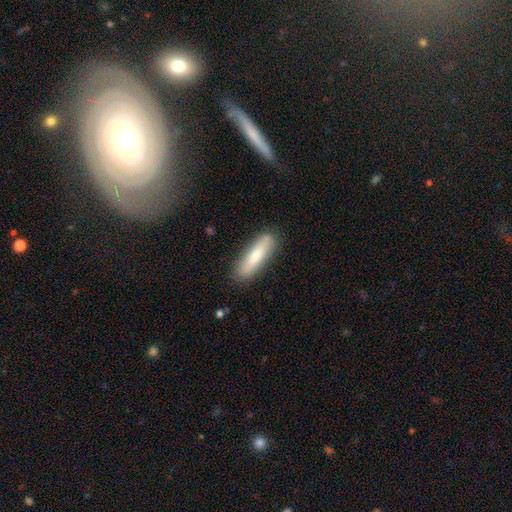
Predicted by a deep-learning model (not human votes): Smooth or featured? smooth (74%)
How rounded? cigar-shaped (67%)
Merging? none (84%)